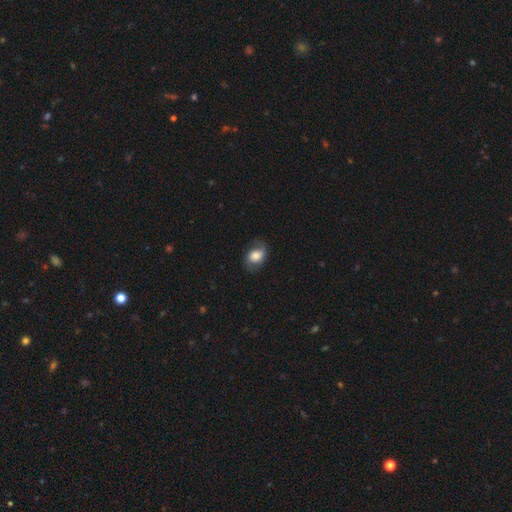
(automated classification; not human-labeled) This appears to be a smooth galaxy with no disk features (61%) that is in between round and cigar-shaped (73%). Merging: none (70%).